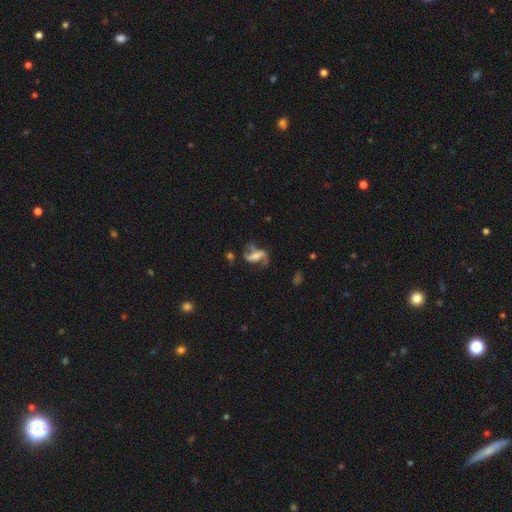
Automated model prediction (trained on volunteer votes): smooth-or-featured: featured or disk: 73% | smooth: 17% | star or artifact: 9%
  disk-edge-on: no: 93% | yes: 7%
    bar: strong: 38% | weak: 34% | no: 28%
    has-spiral-arms: yes: 84% | no: 16%
      spiral-winding: loose: 64% | medium: 28% | tight: 8%
      spiral-arm-count: 2: 83% | can't tell: 7% | 1: 6% | 3: 3% | 4: 1% | more than 4: 1%
    bulge-size: small: 38% | moderate: 37% | none: 15% | large: 8% | dominant: 2%
  merging: none: 51% | major disturbance: 23% | minor disturbance: 19% | merger: 7%